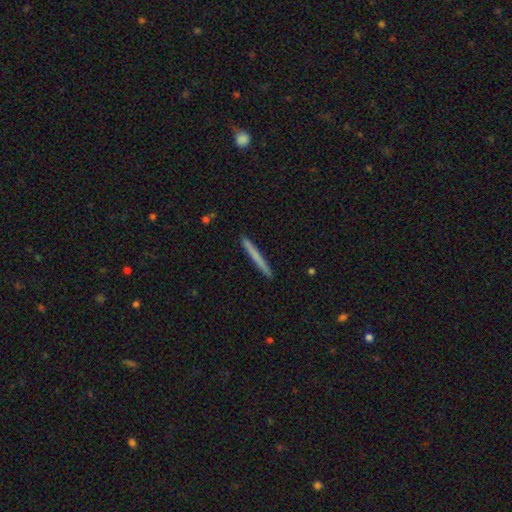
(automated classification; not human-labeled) Morphology: type=smooth (68%); roundness=cigar-shaped (97%); merging=none (92%).